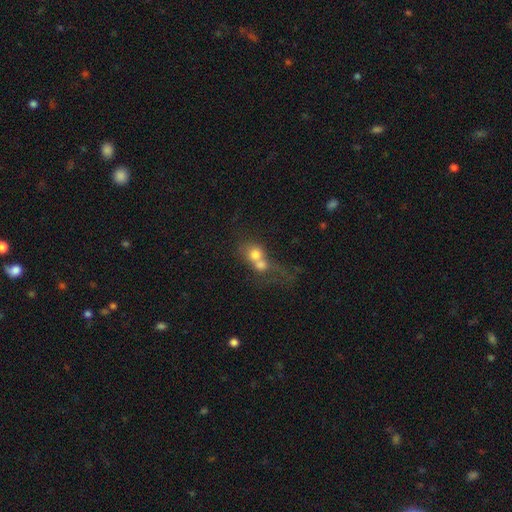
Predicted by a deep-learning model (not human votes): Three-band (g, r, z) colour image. It shows a smooth galaxy with no disk features (65%) that is round (67%). Merging: merger (73%).